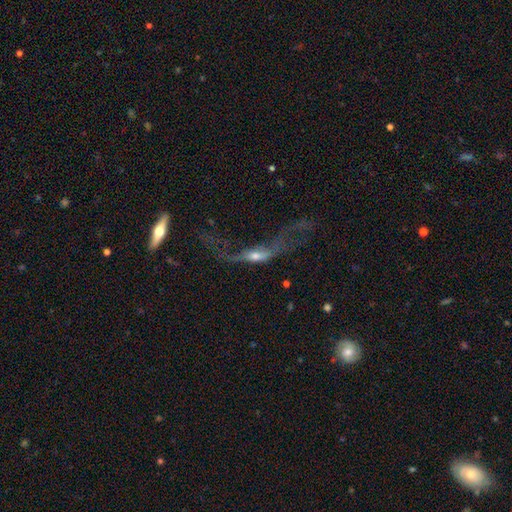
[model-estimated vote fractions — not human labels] Smooth or featured? featured or disk (60%)
Edge-on disk? no (58%)
Merging? major disturbance (58%)